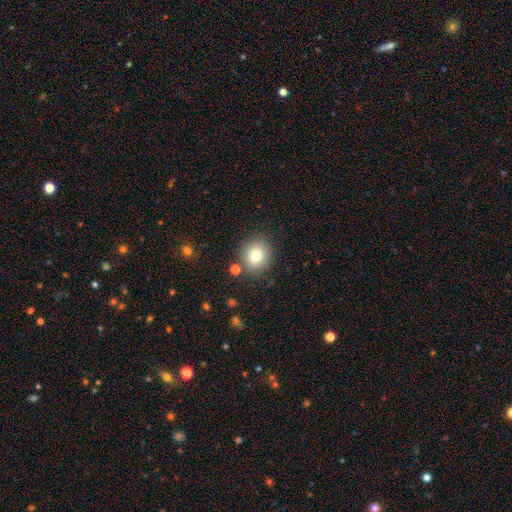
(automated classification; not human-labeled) smooth 80%, star or artifact 11%, featured or disk 9%. Down the decision tree: how rounded — round (72%); merging — none (82%).